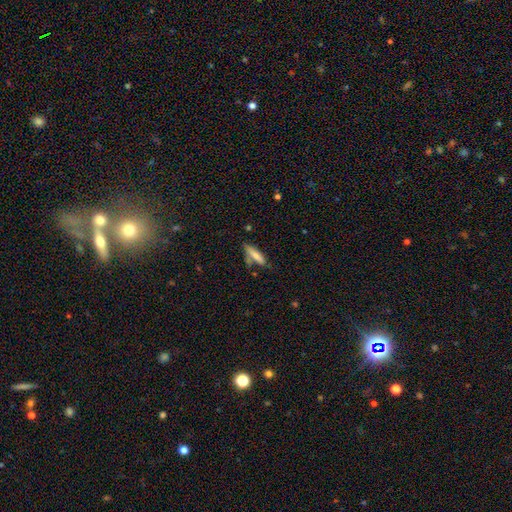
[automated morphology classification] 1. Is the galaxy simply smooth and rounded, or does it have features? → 72% smooth, 20% featured or disk, 7% star or artifact.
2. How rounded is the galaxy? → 71% cigar-shaped, 27% in between, 2% round.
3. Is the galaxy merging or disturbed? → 60% none, 21% minor disturbance, 12% merger, 6% major disturbance.